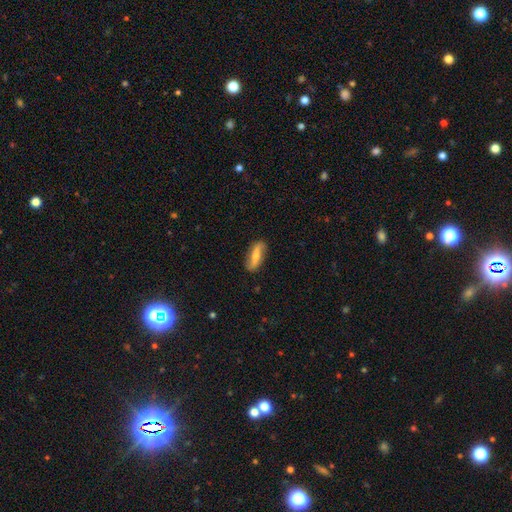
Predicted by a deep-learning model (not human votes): Smooth or featured: featured or disk — 50% (smooth — 43%)
Edge-on disk: no — 78% (yes — 22%)
Merging: none — 82% (minor disturbance — 13%)